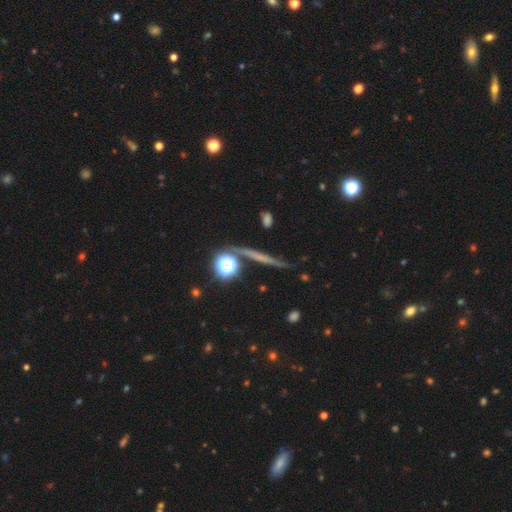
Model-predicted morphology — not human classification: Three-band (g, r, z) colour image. It shows a featured or disk galaxy (47%). Merging: none (84%).